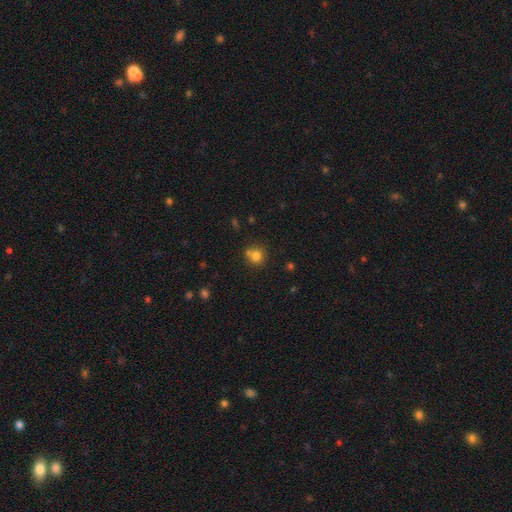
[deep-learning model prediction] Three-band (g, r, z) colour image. It shows a smooth galaxy with no disk features (77%) that is round (87%). Merging: none (60%).